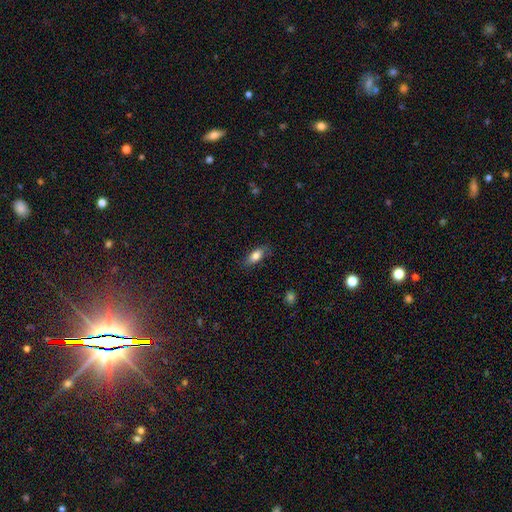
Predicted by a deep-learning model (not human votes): The model was most divided on "merging": none: 80%, minor disturbance: 16%, major disturbance: 4%, merger: 1%. More confident: how rounded — in between (82%); smooth or featured — smooth (80%).